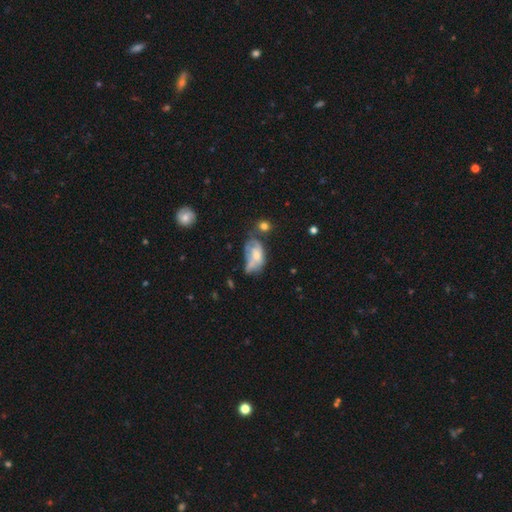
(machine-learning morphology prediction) A smooth galaxy with no disk features (47%).

Vote fractions:
- Smooth or featured? smooth: 47% / featured or disk: 44% / star or artifact: 9%
- Merging? minor disturbance: 26% / major disturbance: 25% / none: 25% / merger: 24%